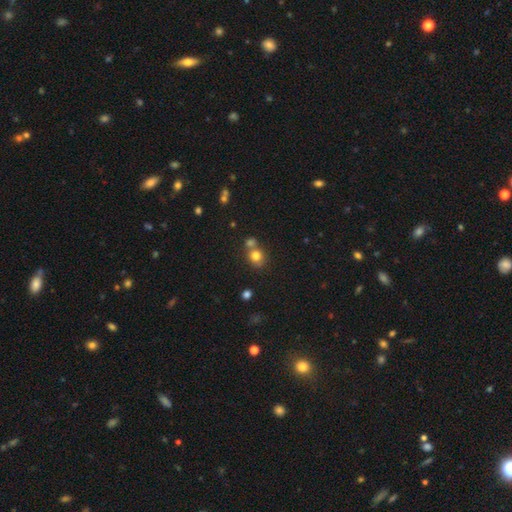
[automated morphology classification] Overall: smooth (79%). How rounded: round (80%). Merging: none (51%; merger 35%).